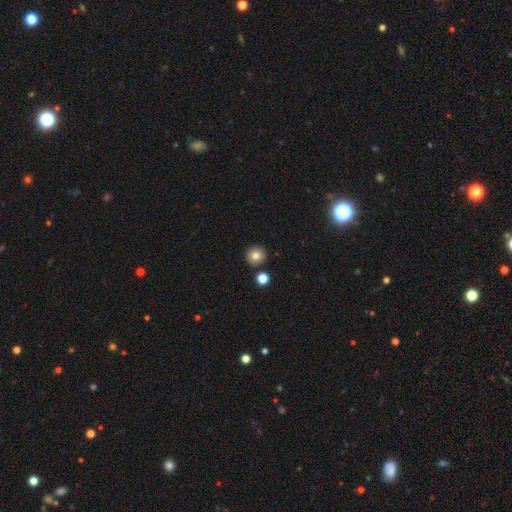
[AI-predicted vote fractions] smooth 82%, star or artifact 11%, featured or disk 7%. Down the decision tree: how rounded — round (92%); merging — none (88%).